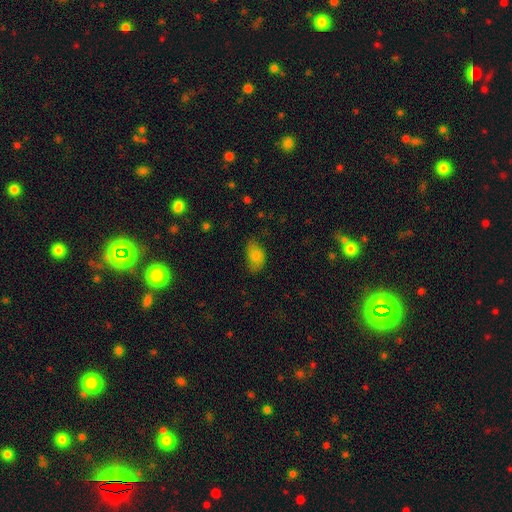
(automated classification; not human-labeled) Overall: smooth (80%). How rounded: in between (92%). Merging: none (60%; minor disturbance 29%).